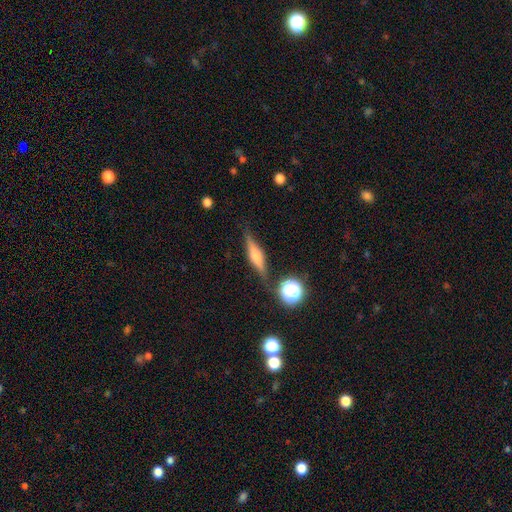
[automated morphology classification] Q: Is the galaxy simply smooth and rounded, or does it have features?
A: featured or disk — 61%.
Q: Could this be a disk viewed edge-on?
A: yes — 95%.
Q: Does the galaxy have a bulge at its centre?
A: rounded — 85%.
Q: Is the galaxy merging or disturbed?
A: none — 84%.